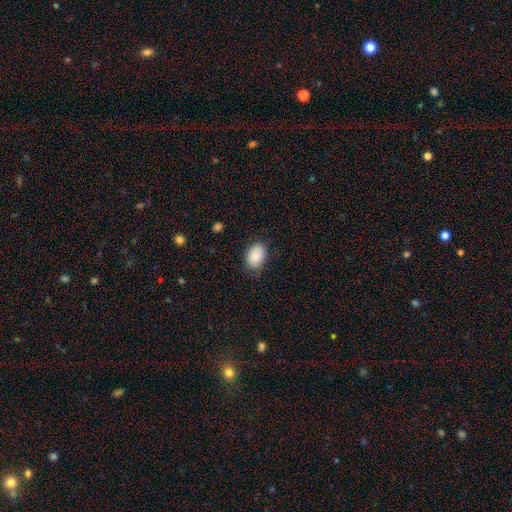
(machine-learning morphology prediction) smooth 88%, star or artifact 7%, featured or disk 5%. Down the decision tree: how rounded — in between (82%); merging — none (76%).